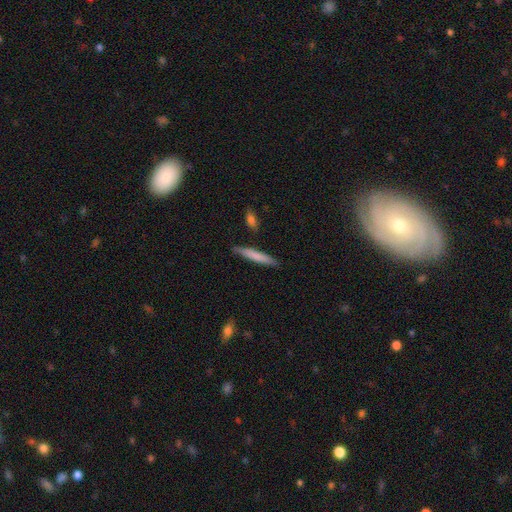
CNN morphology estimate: Smooth or featured: smooth — 74% (featured or disk — 21%)
How rounded: cigar-shaped — 94% (in between — 5%)
Merging: none — 85% (minor disturbance — 11%)